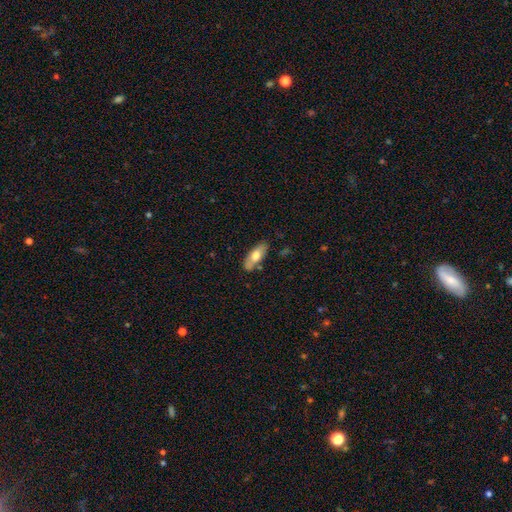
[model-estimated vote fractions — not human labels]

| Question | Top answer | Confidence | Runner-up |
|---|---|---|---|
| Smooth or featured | smooth | 65% | featured or disk (30%) |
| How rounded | in between | 76% | cigar-shaped (22%) |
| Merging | none | 75% | minor disturbance (17%) |